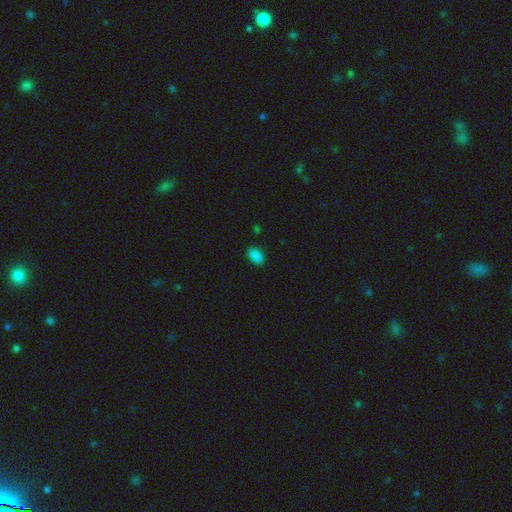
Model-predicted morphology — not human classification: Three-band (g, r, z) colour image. It shows a smooth galaxy with no disk features (86%) that is in between round and cigar-shaped (90%). Merging: none (86%).